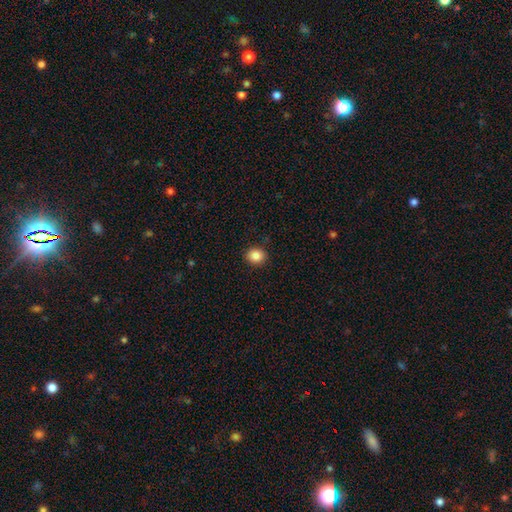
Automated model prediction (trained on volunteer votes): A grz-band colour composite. It shows a smooth galaxy with no disk features (86%) that is round (73%). Merging: none (90%).